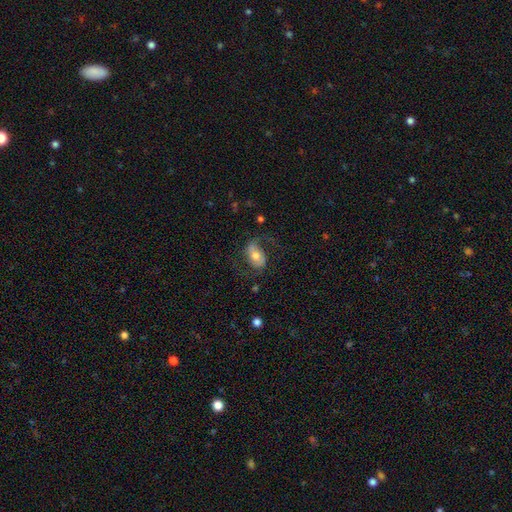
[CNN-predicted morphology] Smooth or featured: featured or disk — 59% (smooth — 33%)
Edge-on disk: no — 95% (yes — 5%)
Bar: no — 39% (weak — 35%)
Spiral arms: yes — 85% (no — 15%)
Bulge size: moderate — 65% (small — 17%)
Merging: none — 64% (major disturbance — 17%)